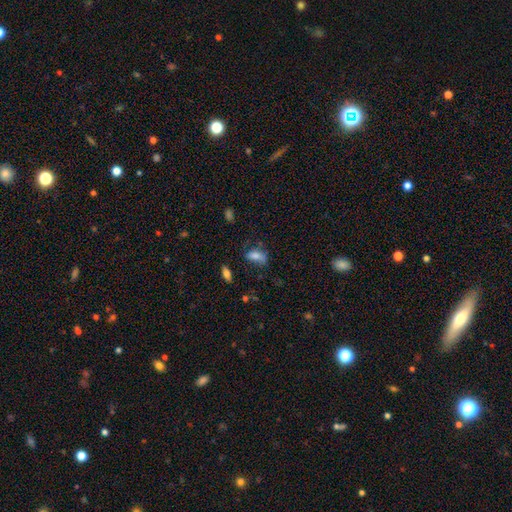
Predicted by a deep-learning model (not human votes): Q: Smooth or featured?
A: smooth (78%); runner-up: featured or disk (13%)
Q: How rounded?
A: in between (84%); runner-up: cigar-shaped (11%)
Q: Merging?
A: none (52%); runner-up: minor disturbance (30%)